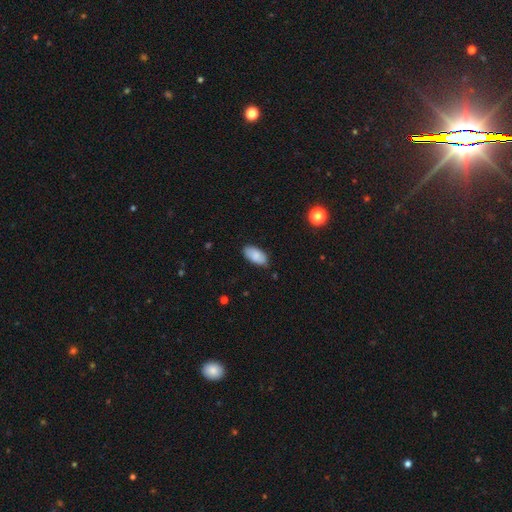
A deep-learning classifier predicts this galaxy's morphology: smooth-or-featured: smooth: 86% | featured or disk: 8% | star or artifact: 7%
  how-rounded: in between: 94% | cigar-shaped: 4% | round: 2%
  merging: none: 82% | minor disturbance: 14% | major disturbance: 2% | merger: 1%